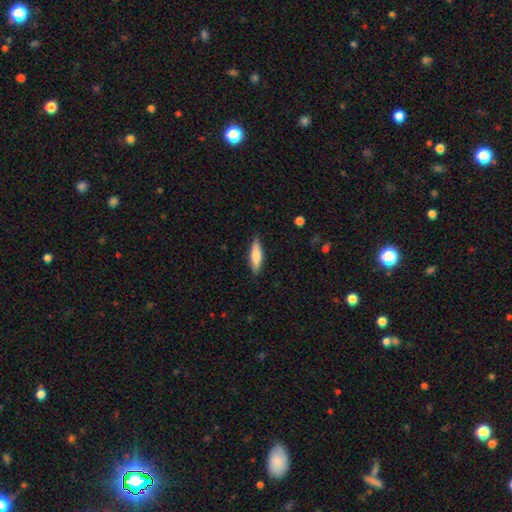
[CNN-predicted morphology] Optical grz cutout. It shows a smooth galaxy with no disk features (71%) that is cigar-shaped (63%). Merging: none (87%).